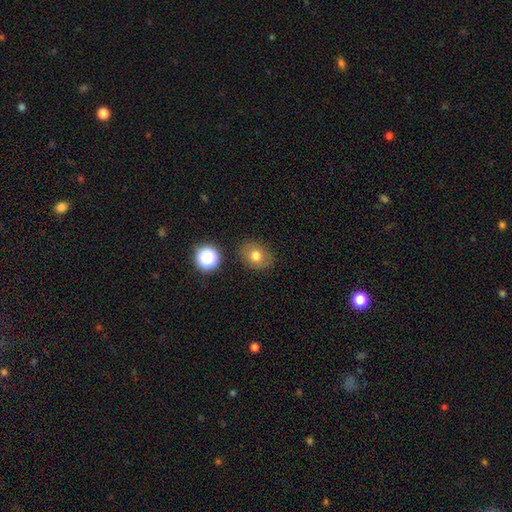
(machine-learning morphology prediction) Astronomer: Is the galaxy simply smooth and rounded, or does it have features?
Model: smooth — 74%.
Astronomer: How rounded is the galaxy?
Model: in between — 51% (runner-up: round, 48%).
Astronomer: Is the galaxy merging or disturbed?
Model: none — 84%.